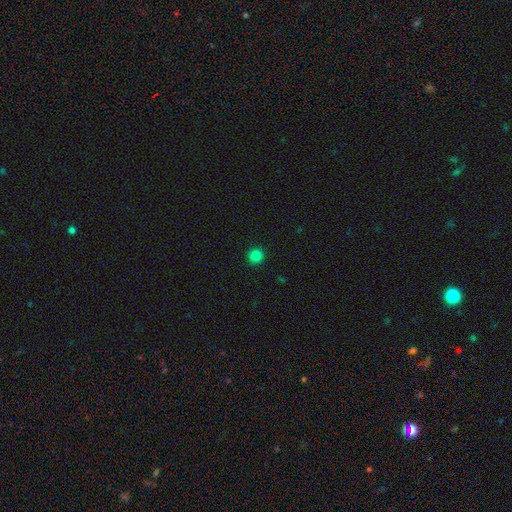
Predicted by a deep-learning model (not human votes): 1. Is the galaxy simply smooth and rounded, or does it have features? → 83% smooth, 13% star or artifact, 3% featured or disk.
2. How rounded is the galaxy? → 94% round, 5% in between, 1% cigar-shaped.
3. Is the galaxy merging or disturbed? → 92% none, 5% minor disturbance, 2% major disturbance, 1% merger.